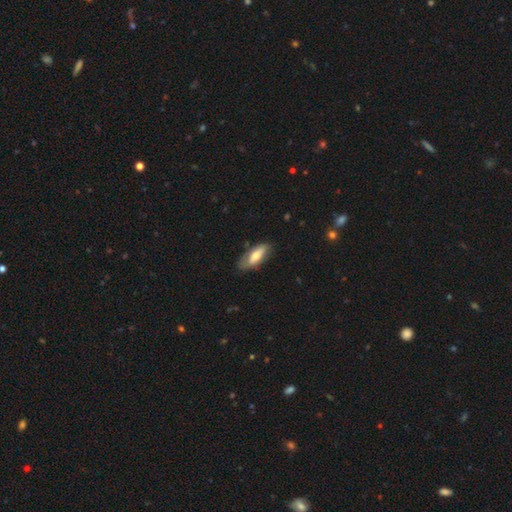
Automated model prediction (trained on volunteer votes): smooth_or_featured: smooth (p=0.58) [alt: featured or disk p=0.36]
how_rounded: in between (p=0.75) [alt: cigar-shaped p=0.22]
merging: none (p=0.70) [alt: minor disturbance p=0.22]